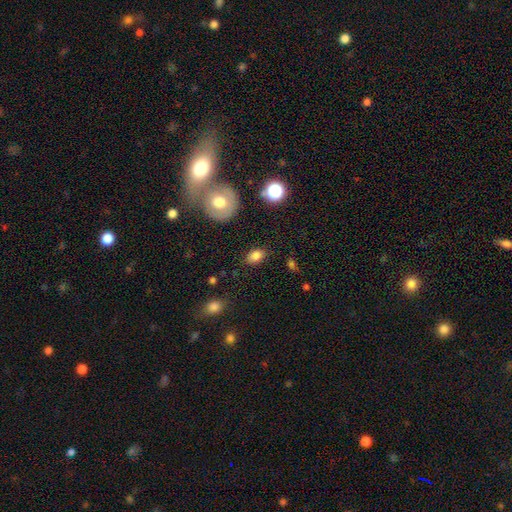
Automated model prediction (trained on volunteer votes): This is clearly a smooth galaxy (82%). How rounded: clearly in between (81%). Merging: clearly none (84%).